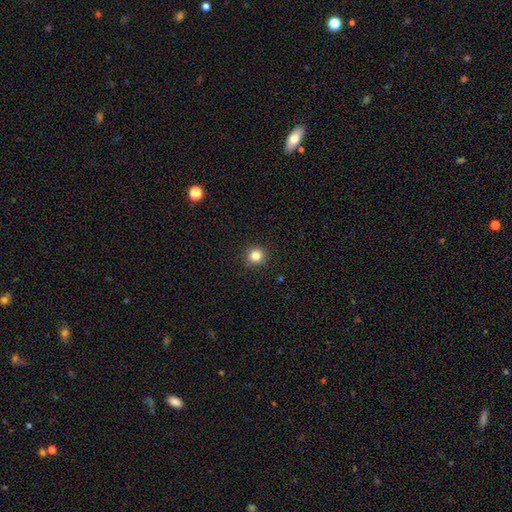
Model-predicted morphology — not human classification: Q: Smooth or featured?
A: smooth (82%); runner-up: star or artifact (12%)
Q: How rounded?
A: round (94%); runner-up: in between (5%)
Q: Merging?
A: none (92%); runner-up: minor disturbance (5%)